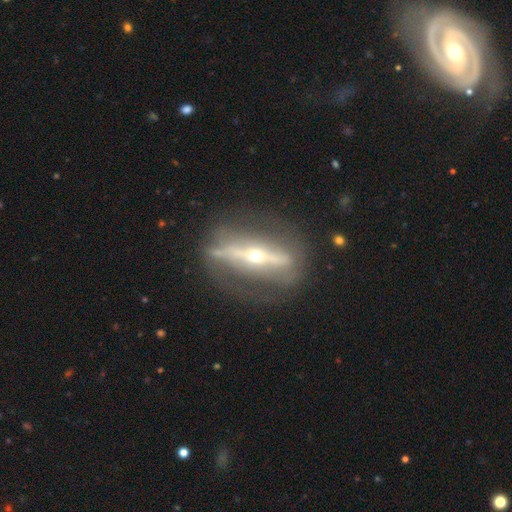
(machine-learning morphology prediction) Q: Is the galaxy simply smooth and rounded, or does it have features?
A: featured or disk — 81%.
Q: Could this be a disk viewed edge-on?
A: yes — 61%.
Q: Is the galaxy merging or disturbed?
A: none — 69%.